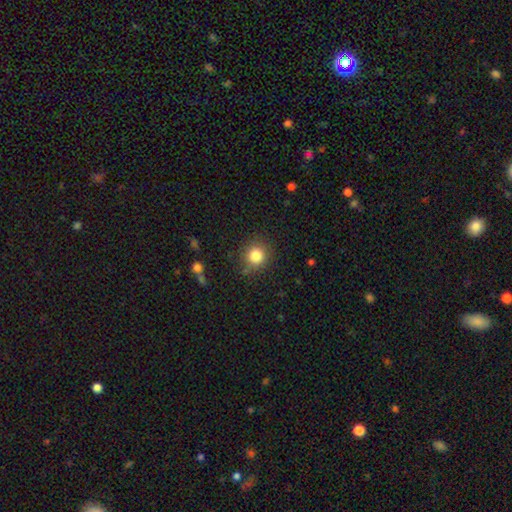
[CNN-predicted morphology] smooth-or-featured: smooth: 82% | star or artifact: 12% | featured or disk: 6%
  how-rounded: round: 91% | in between: 8% | cigar-shaped: 1%
  merging: none: 83% | minor disturbance: 11% | major disturbance: 4% | merger: 2%